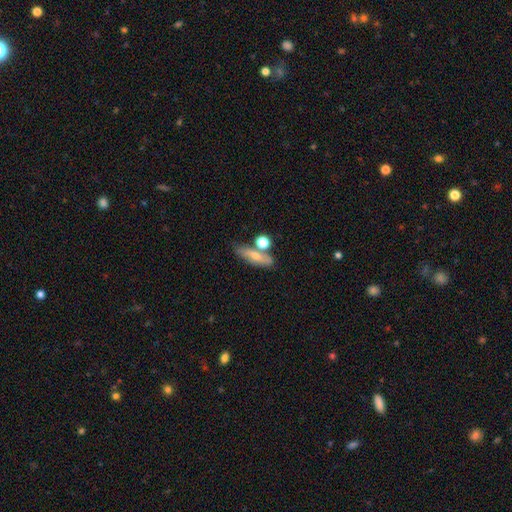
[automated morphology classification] This appears to be a smooth galaxy with no disk features (62%) that is in between round and cigar-shaped (46%). Merging: none (53%).